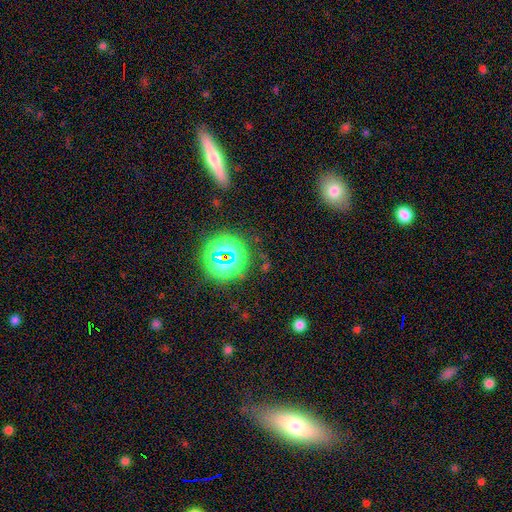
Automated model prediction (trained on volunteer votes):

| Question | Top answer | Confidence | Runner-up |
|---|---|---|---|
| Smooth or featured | star or artifact | 58% | smooth (24%) |